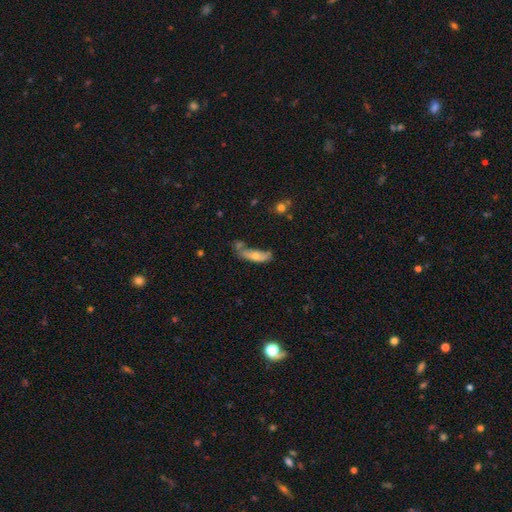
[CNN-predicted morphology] Smooth or featured? smooth (63%)
How rounded? cigar-shaped (49%)
Merging? none (34%)